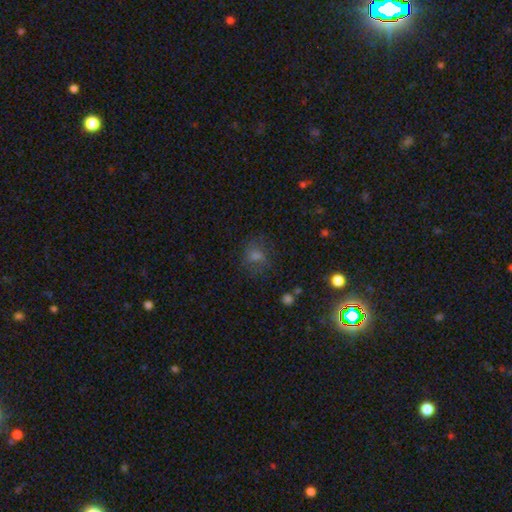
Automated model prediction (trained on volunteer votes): Smooth or featured? Predicted: smooth (p=0.46). Merging? Predicted: none (p=0.72).